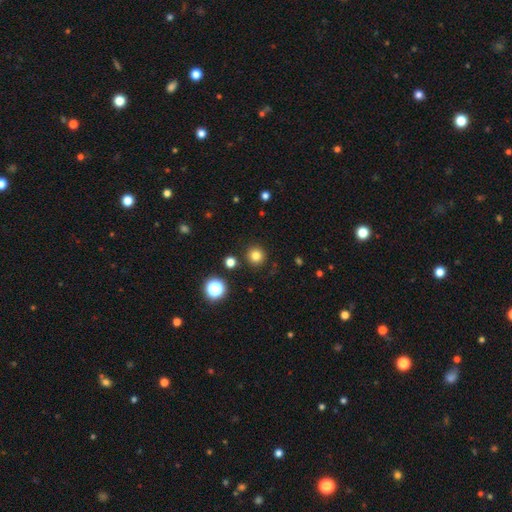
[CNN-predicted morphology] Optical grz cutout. It shows a smooth galaxy with no disk features (80%) that is round (95%). Merging: none (90%).